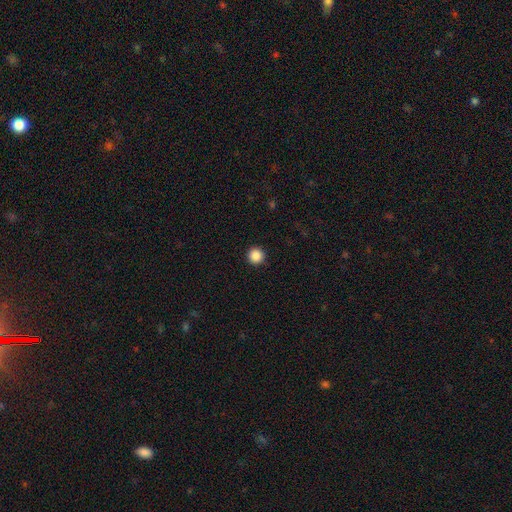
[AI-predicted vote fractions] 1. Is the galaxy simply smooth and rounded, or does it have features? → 87% smooth, 10% star or artifact, 3% featured or disk.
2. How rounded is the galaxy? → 96% round, 3% in between, 1% cigar-shaped.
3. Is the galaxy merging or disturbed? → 94% none, 4% minor disturbance, 1% major disturbance, 1% merger.